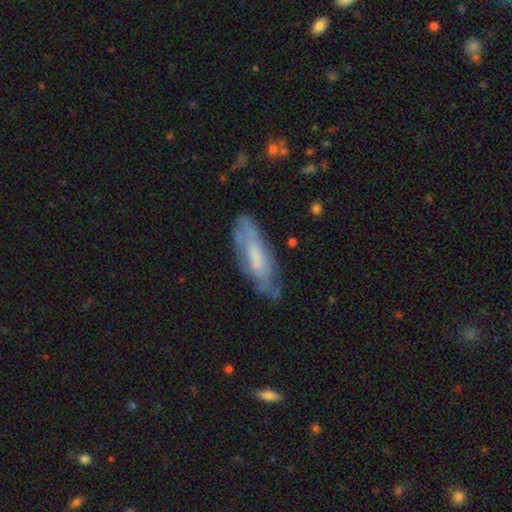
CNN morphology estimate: smooth_or_featured: smooth (p=0.47) [alt: featured or disk p=0.46]
merging: none (p=0.64) [alt: minor disturbance p=0.25]